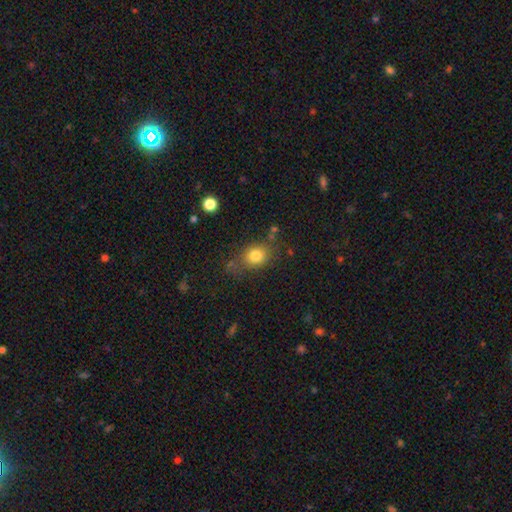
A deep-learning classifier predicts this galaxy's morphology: type=smooth (81%); roundness=in between (50%); merging=none (65%).